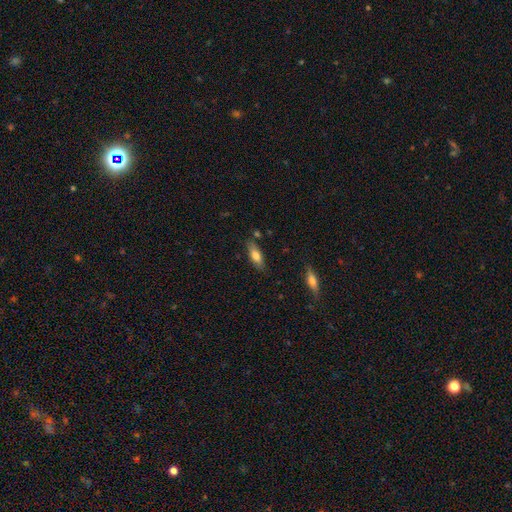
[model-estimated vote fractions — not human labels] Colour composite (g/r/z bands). It shows a smooth galaxy with no disk features (71%) that is in between round and cigar-shaped (64%). Merging: none (79%).